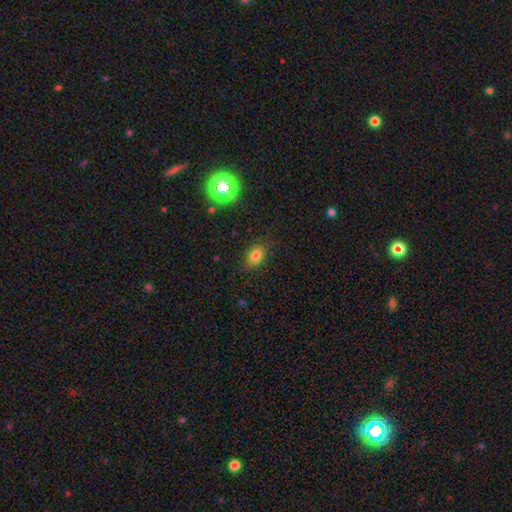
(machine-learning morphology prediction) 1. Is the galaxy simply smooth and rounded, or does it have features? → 78% smooth, 14% star or artifact, 8% featured or disk.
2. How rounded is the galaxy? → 76% in between, 22% round, 2% cigar-shaped.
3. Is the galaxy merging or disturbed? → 83% none, 12% minor disturbance, 3% major disturbance, 1% merger.